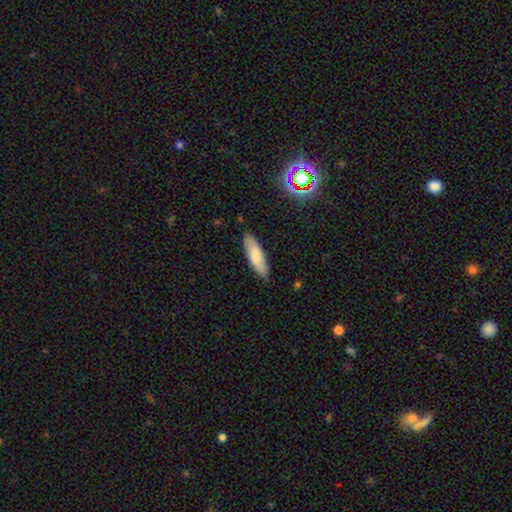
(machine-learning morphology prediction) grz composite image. It shows a smooth galaxy with no disk features (75%) that is in between round and cigar-shaped (51%). Merging: none (85%).